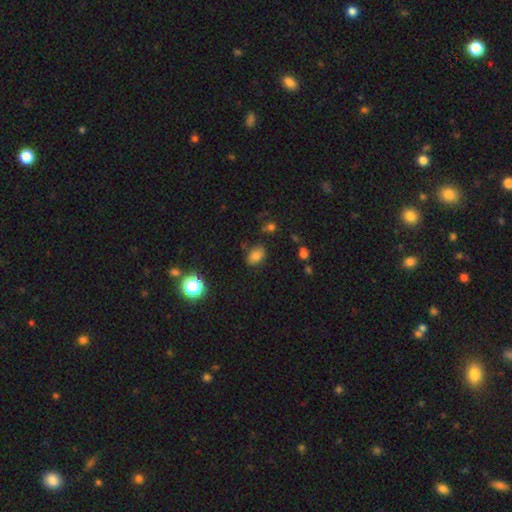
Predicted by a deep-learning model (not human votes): smooth-or-featured: smooth: 79% | star or artifact: 14% | featured or disk: 7%
  how-rounded: in between: 80% | round: 19% | cigar-shaped: 2%
  merging: none: 78% | minor disturbance: 15% | major disturbance: 4% | merger: 3%